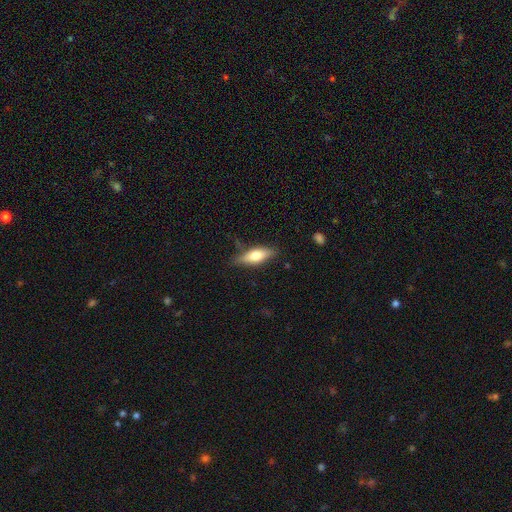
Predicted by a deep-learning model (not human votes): A smooth galaxy with no disk features (64%) that is in between round and cigar-shaped (63%). Merging: none (76%).